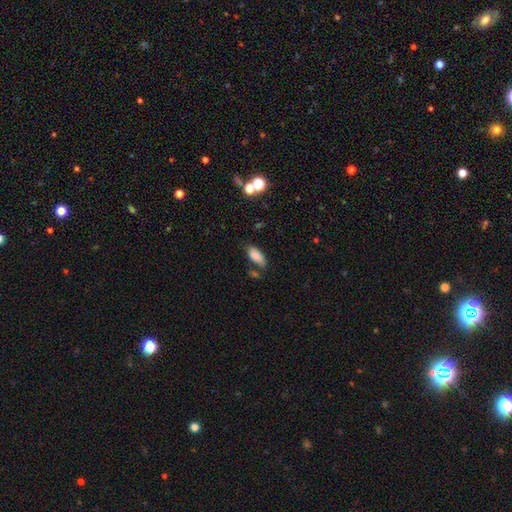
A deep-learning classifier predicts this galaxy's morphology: Q: Smooth or featured?
A: smooth (82%); runner-up: featured or disk (9%)
Q: How rounded?
A: in between (85%); runner-up: cigar-shaped (13%)
Q: Merging?
A: none (67%); runner-up: minor disturbance (18%)